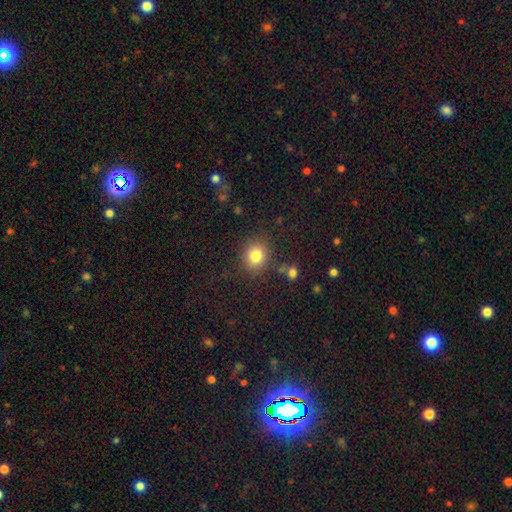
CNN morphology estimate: Smooth or featured? Predicted: smooth (p=0.82). How rounded? Predicted: round (p=0.75). Merging? Predicted: none (p=0.84).